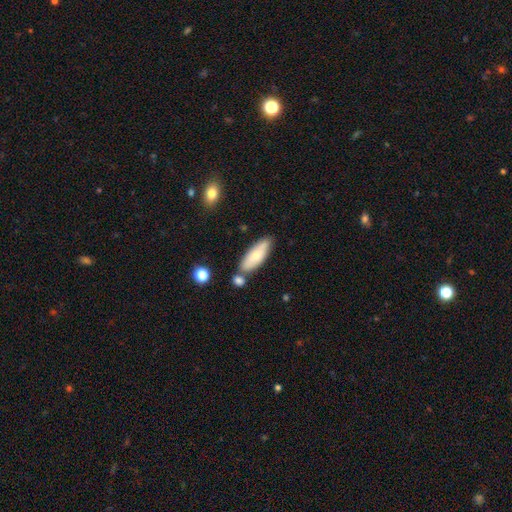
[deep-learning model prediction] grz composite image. It shows a smooth galaxy with no disk features (65%) that is in between round and cigar-shaped (66%). Merging: none (64%).